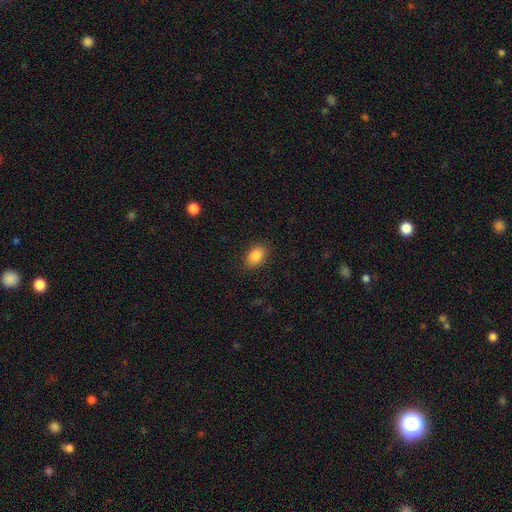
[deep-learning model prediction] A smooth galaxy with no disk features (86%) that is in between round and cigar-shaped (84%). Merging: none (87%).